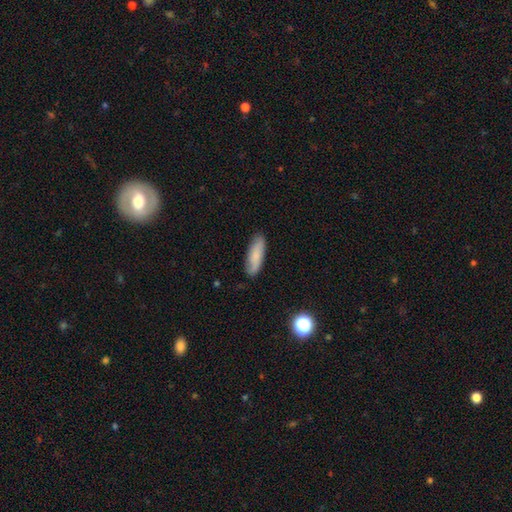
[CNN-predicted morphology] Smooth or featured? smooth (77%)
How rounded? in between (50%)
Merging? none (81%)